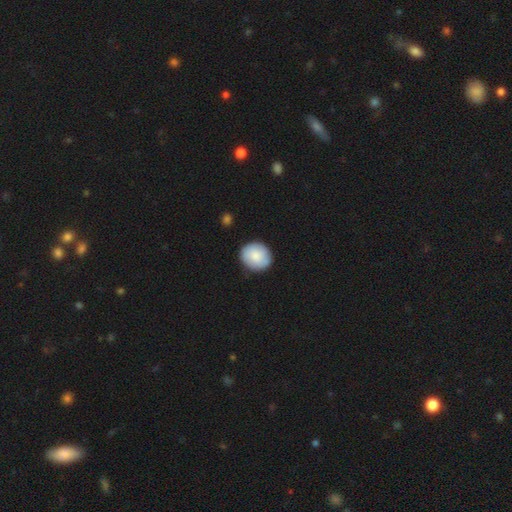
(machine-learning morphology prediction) smooth-or-featured: smooth: 79% | featured or disk: 15% | star or artifact: 6%
  how-rounded: round: 79% | in between: 20% | cigar-shaped: 1%
  merging: none: 86% | minor disturbance: 11% | major disturbance: 2% | merger: 1%